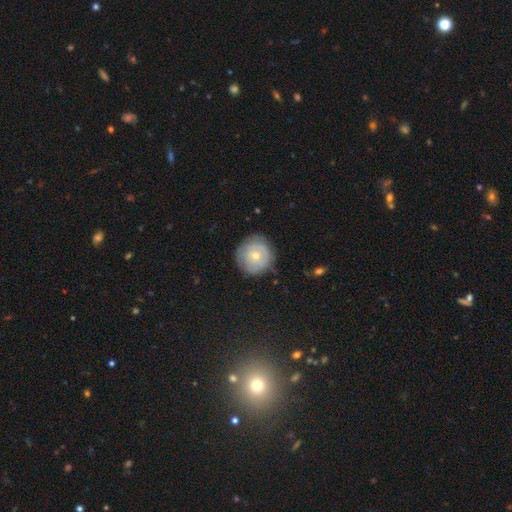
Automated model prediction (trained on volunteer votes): This is possibly a smooth galaxy (60%). How rounded: clearly round (91%). Merging: likely none (77%).